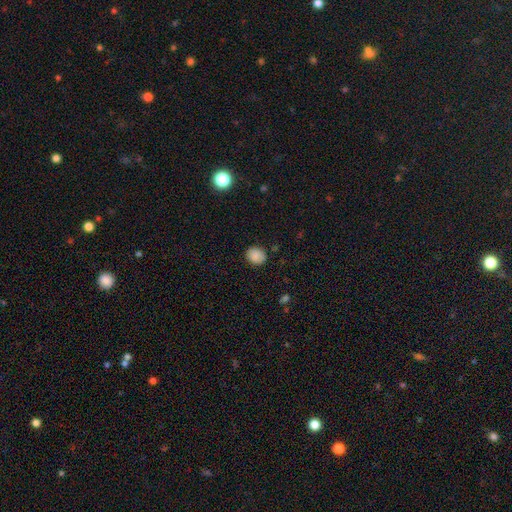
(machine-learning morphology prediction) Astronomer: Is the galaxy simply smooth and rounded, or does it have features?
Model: smooth — 86%.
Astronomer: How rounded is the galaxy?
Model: round — 72%.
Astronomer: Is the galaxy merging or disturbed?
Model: none — 86%.